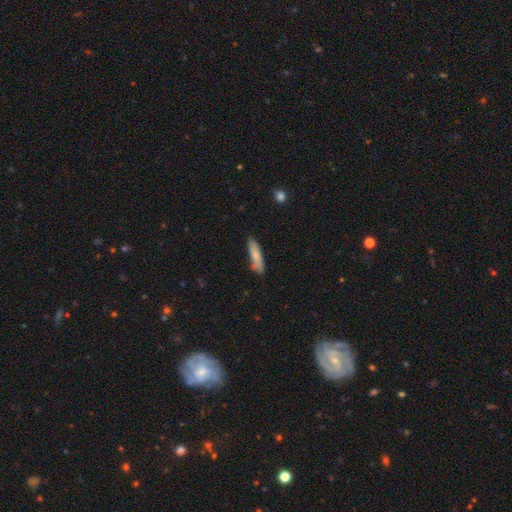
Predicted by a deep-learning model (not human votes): The model was most divided on "how rounded": cigar-shaped: 73%, in between: 25%, round: 2%. More confident: smooth or featured — smooth (82%); merging — none (74%).